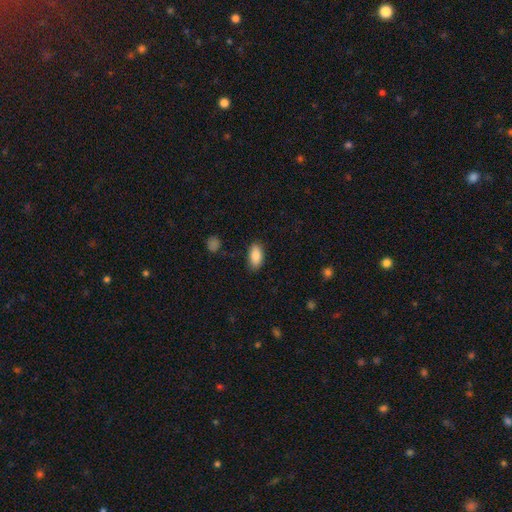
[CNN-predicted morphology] A smooth galaxy with no disk features (86%) that is in between round and cigar-shaped (91%).

Vote fractions:
- Smooth or featured? smooth: 86% / featured or disk: 7% / star or artifact: 7%
- How rounded? in between: 91% / cigar-shaped: 6% / round: 3%
- Merging? none: 85% / minor disturbance: 11% / major disturbance: 3% / merger: 1%